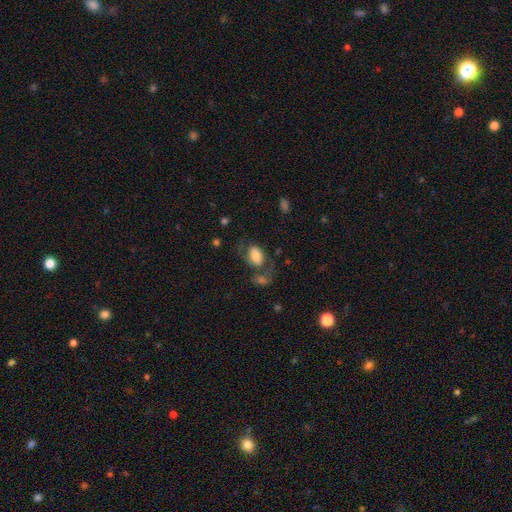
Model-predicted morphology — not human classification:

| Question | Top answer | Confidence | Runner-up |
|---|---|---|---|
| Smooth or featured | smooth | 61% | featured or disk (32%) |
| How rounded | in between | 83% | round (15%) |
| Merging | none | 46% | major disturbance (19%) |